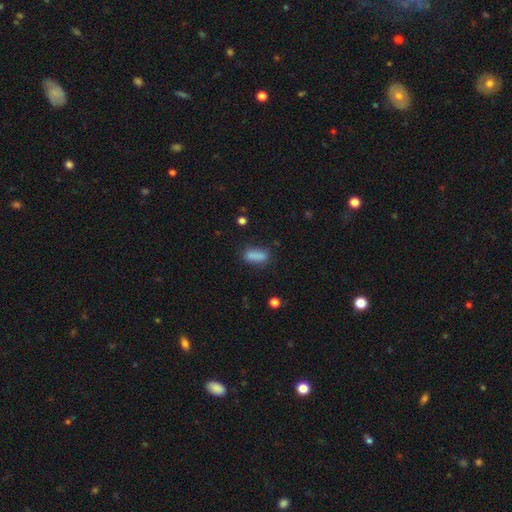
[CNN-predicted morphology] This is clearly a smooth galaxy (83%). How rounded: likely in between (67%). Merging: likely none (69%).